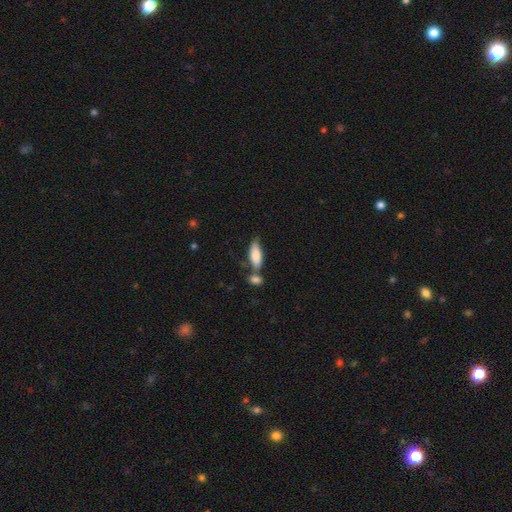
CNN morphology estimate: This appears to be a smooth galaxy with no disk features (76%) that is in between round and cigar-shaped (72%). Merging: none (45%).